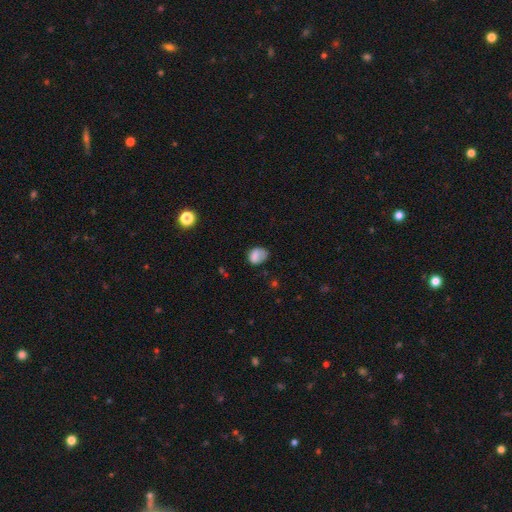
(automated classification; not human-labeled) smooth-or-featured: smooth: 76% | featured or disk: 14% | star or artifact: 10%
  how-rounded: in between: 59% | round: 39% | cigar-shaped: 1%
  merging: none: 51% | minor disturbance: 29% | major disturbance: 16% | merger: 4%